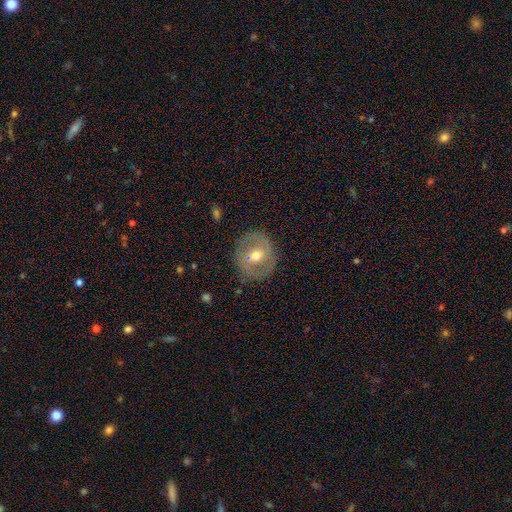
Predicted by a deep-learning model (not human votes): Morphology: type=featured or disk (53%); edge-on=no (94%); merging=none (78%).